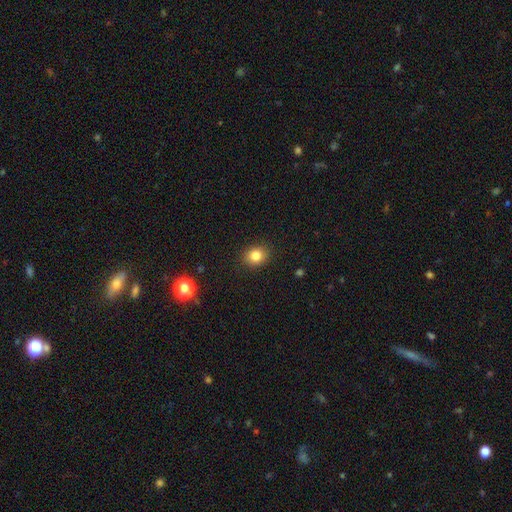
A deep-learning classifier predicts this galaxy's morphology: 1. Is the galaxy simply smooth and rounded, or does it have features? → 83% smooth, 11% star or artifact, 6% featured or disk.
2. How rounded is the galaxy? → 63% round, 37% in between, 1% cigar-shaped.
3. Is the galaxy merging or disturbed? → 90% none, 7% minor disturbance, 2% major disturbance, 1% merger.